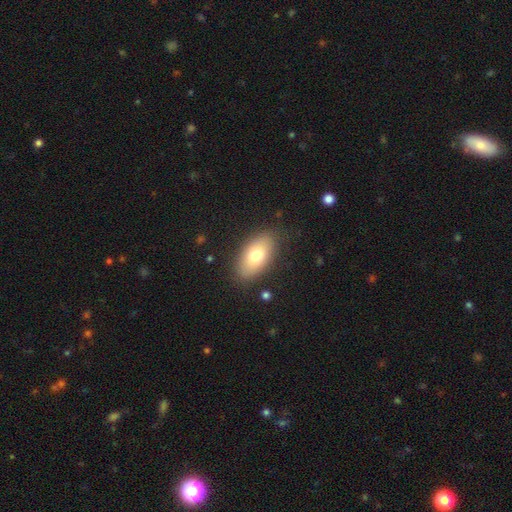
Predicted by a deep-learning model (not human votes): Smooth or featured? smooth (76%)
How rounded? in between (92%)
Merging? none (84%)